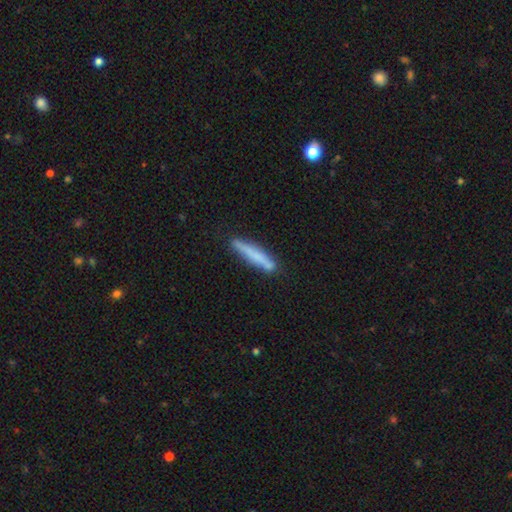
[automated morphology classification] This appears to be a smooth galaxy with no disk features (65%) that is cigar-shaped (93%). Merging: none (79%).